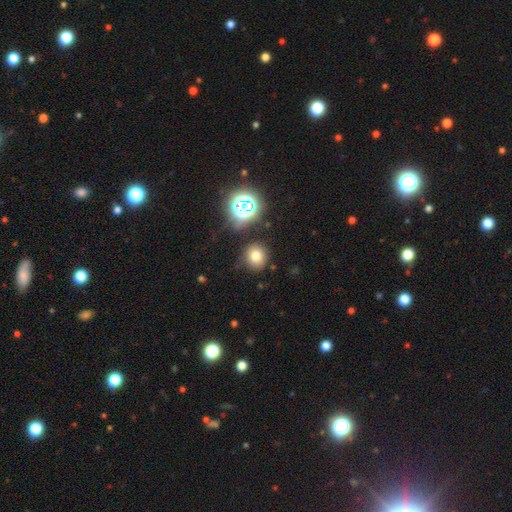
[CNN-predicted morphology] Smooth or featured? smooth (71%)
How rounded? round (83%)
Merging? none (81%)